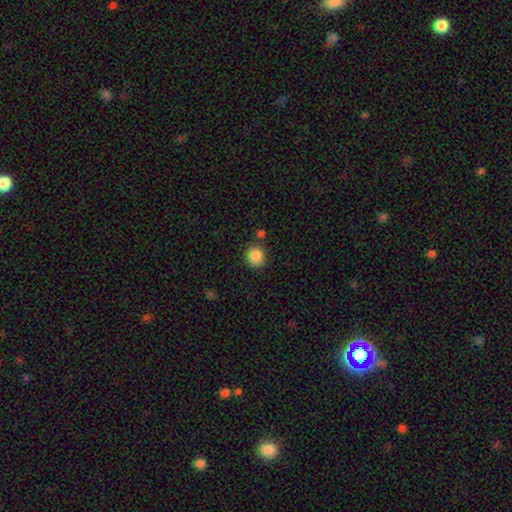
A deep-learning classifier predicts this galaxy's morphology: This appears to be a smooth galaxy with no disk features (87%) that is round (82%). Merging: none (82%).